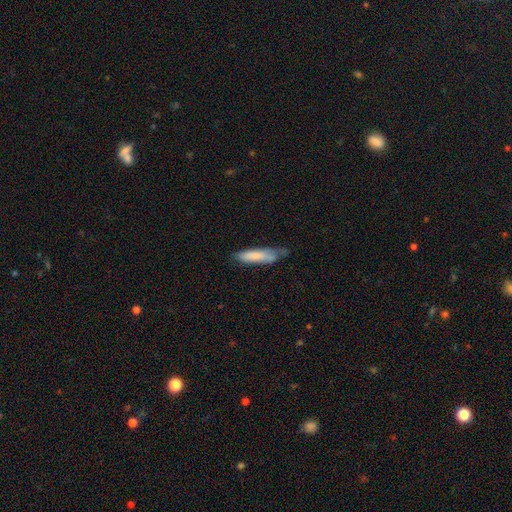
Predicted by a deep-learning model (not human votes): smooth_or_featured: smooth (p=0.75) [alt: featured or disk p=0.19]
how_rounded: cigar-shaped (p=0.74) [alt: in between p=0.25]
merging: none (p=0.53) [alt: minor disturbance p=0.34]